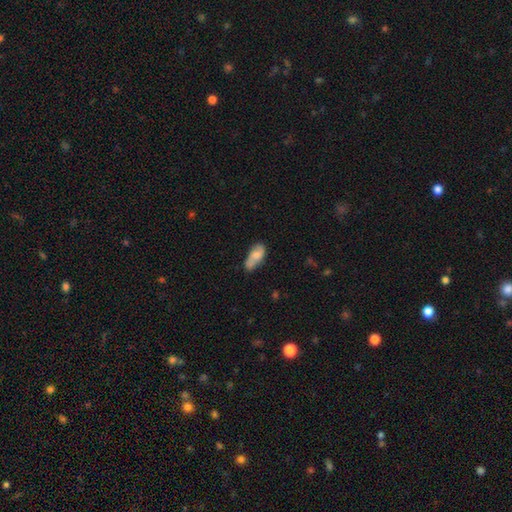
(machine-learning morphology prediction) Smooth or featured?
  - smooth: 60% *
  - featured or disk: 32%
  - star or artifact: 7%
How rounded?
  - in between: 84% *
  - cigar-shaped: 13%
  - round: 3%
Merging?
  - none: 56% *
  - minor disturbance: 29%
  - major disturbance: 8%
  - merger: 7%